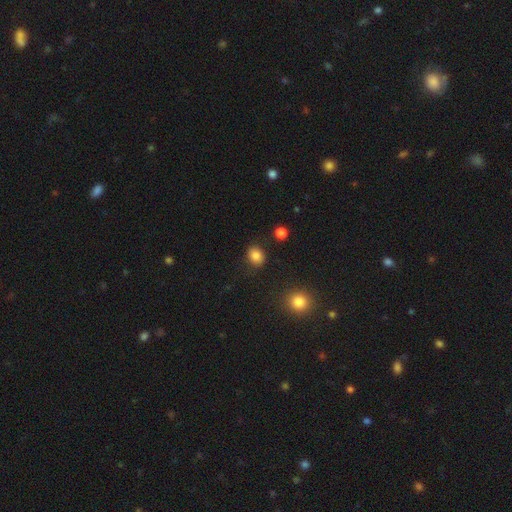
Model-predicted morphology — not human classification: smooth_or_featured: smooth (p=0.83) [alt: star or artifact p=0.11]
how_rounded: round (p=0.58) [alt: in between p=0.41]
merging: none (p=0.85) [alt: minor disturbance p=0.10]